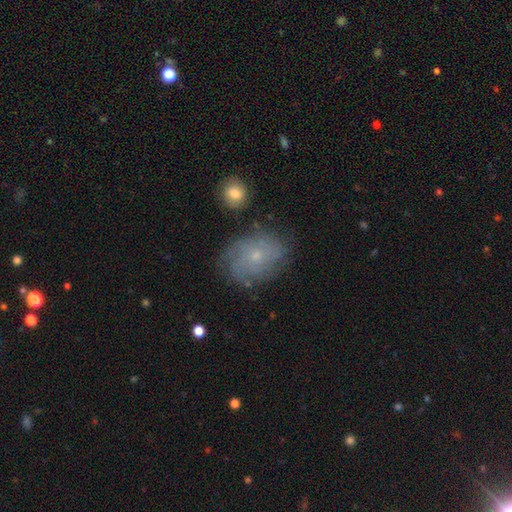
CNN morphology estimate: smooth-or-featured: featured or disk: 58% | smooth: 31% | star or artifact: 11%
  disk-edge-on: no: 96% | yes: 4%
    bar: no: 84% | weak: 14% | strong: 2%
    has-spiral-arms: yes: 79% | no: 21%
    bulge-size: small: 75% | moderate: 20% | none: 3% | large: 1% | dominant: 1%
  merging: none: 71% | minor disturbance: 19% | major disturbance: 8% | merger: 3%